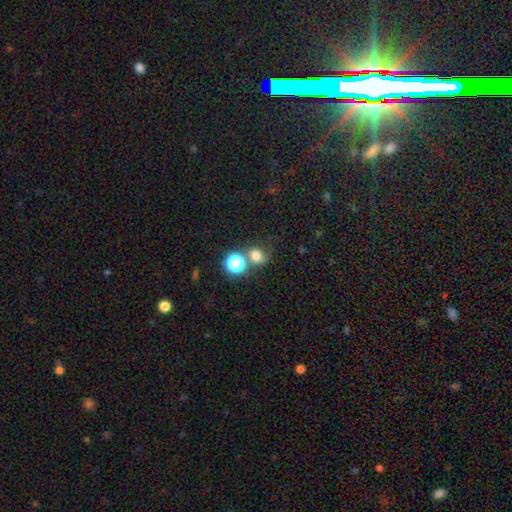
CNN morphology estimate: smooth_or_featured: smooth (p=0.71) [alt: star or artifact p=0.18]
how_rounded: round (p=0.79) [alt: in between p=0.20]
merging: none (p=0.51) [alt: merger p=0.27]